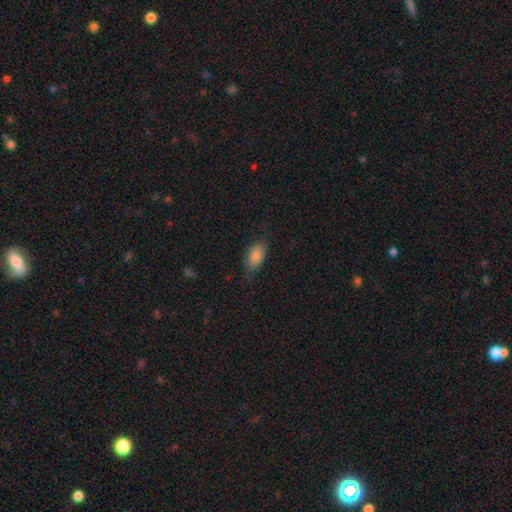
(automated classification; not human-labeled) This is clearly a smooth galaxy (81%). How rounded: clearly in between (89%). Merging: likely none (70%).